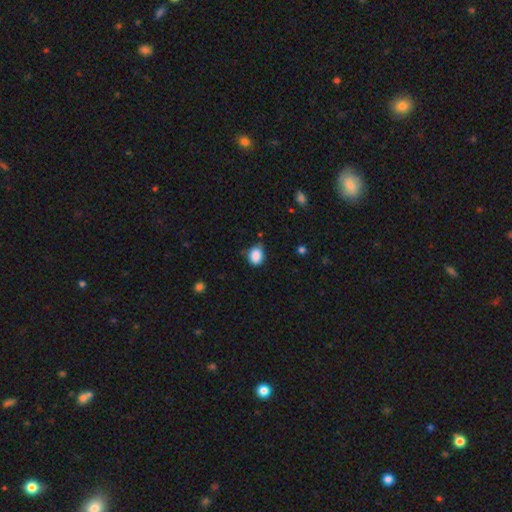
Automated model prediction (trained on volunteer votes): Smooth or featured?
  - smooth: 87% *
  - star or artifact: 9%
  - featured or disk: 4%
How rounded?
  - in between: 54% *
  - round: 45%
  - cigar-shaped: 1%
Merging?
  - none: 65% *
  - minor disturbance: 27%
  - major disturbance: 5%
  - merger: 3%